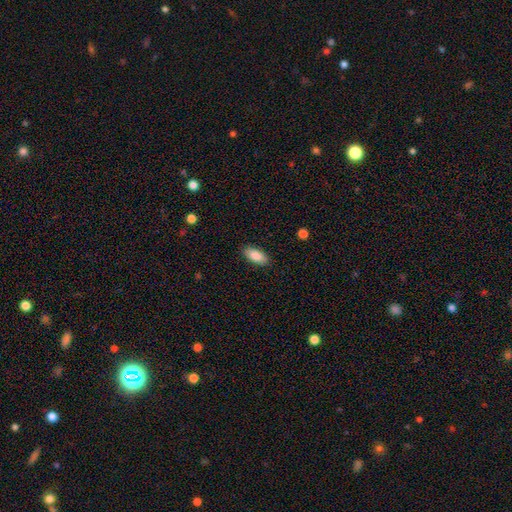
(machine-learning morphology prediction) Smooth or featured? Predicted: smooth (p=0.87). How rounded? Predicted: in between (p=0.88). Merging? Predicted: none (p=0.88).